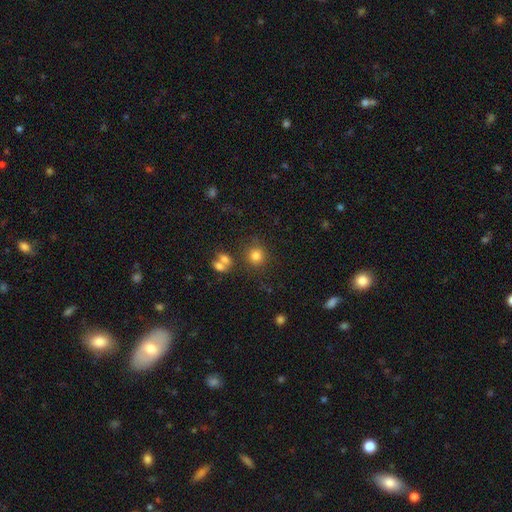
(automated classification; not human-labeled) Smooth or featured? Predicted: smooth (p=0.80). How rounded? Predicted: round (p=0.87). Merging? Predicted: none (p=0.76).